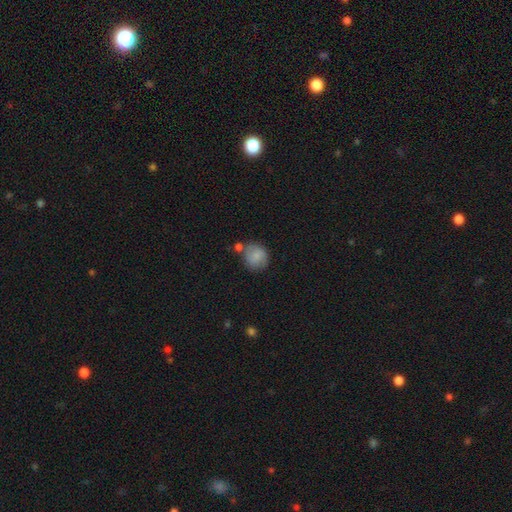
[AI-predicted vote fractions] Smooth or featured: smooth — 78% (featured or disk — 14%)
How rounded: round — 83% (in between — 16%)
Merging: none — 63% (minor disturbance — 18%)